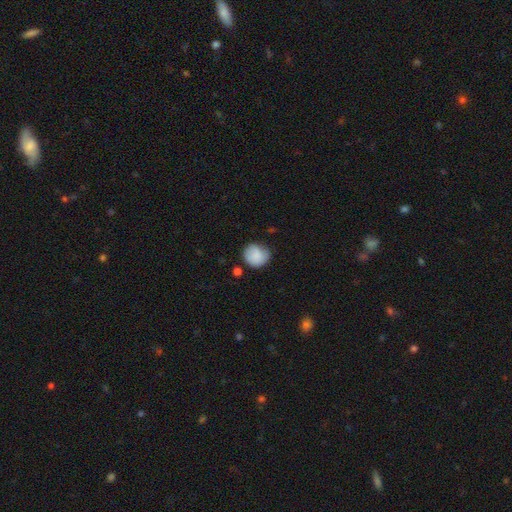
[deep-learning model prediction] A smooth galaxy with no disk features (83%) that is round (82%). Merging: none (64%).